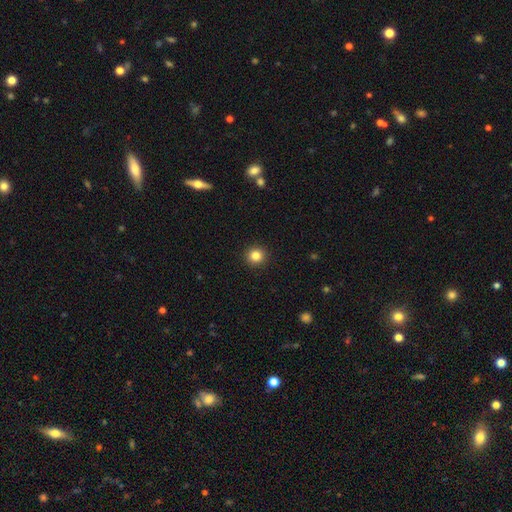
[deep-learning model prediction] smooth 84%, star or artifact 11%, featured or disk 5%. Down the decision tree: how rounded — round (93%); merging — none (93%).